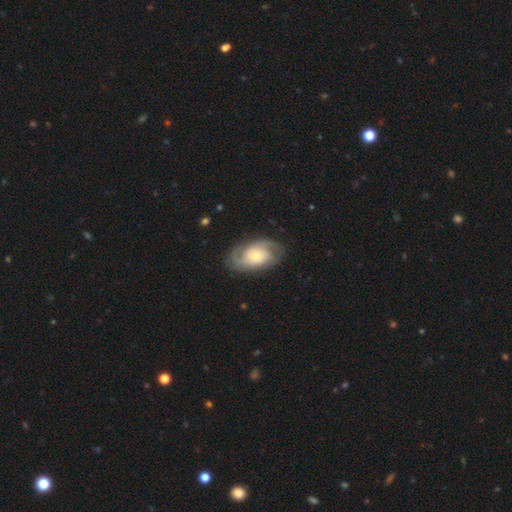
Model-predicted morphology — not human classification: smooth_or_featured: featured or disk (p=0.75) [alt: smooth p=0.19]
disk_edge_on: no (p=0.96) [alt: yes p=0.04]
bar: no (p=0.74) [alt: weak p=0.22]
has_spiral_arms: yes (p=0.92) [alt: no p=0.08]
spiral_winding: tight (p=0.44) [alt: medium p=0.41]
spiral_arm_count: 2 (p=0.59) [alt: can't tell p=0.19]
bulge_size: small (p=0.51) [alt: moderate p=0.37]
merging: none (p=0.75) [alt: minor disturbance p=0.16]